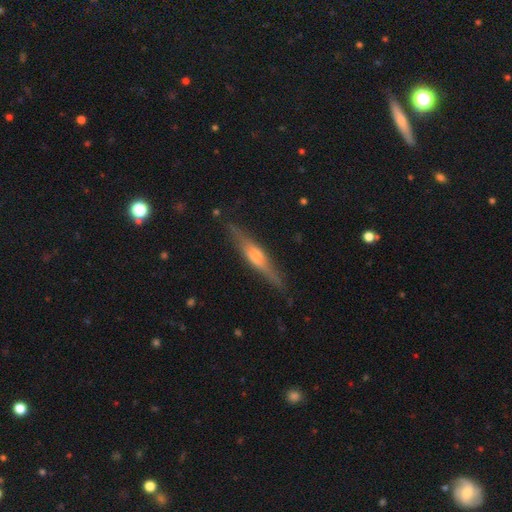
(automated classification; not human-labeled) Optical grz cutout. It shows a featured or disk galaxy (69%) viewed edge-on (96%) with a rounded central bulge (79%). Merging: none (85%).